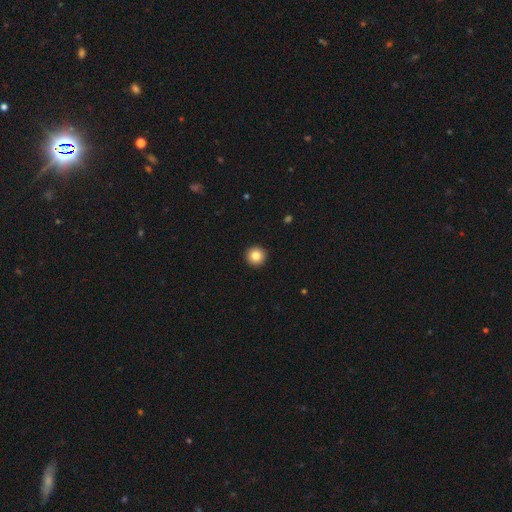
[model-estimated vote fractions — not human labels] A smooth galaxy with no disk features (84%) that is round (96%).

Vote fractions:
- Smooth or featured? smooth: 84% / star or artifact: 9% / featured or disk: 7%
- How rounded? round: 96% / in between: 3% / cigar-shaped: 1%
- Merging? none: 94% / minor disturbance: 4% / major disturbance: 1% / merger: 1%